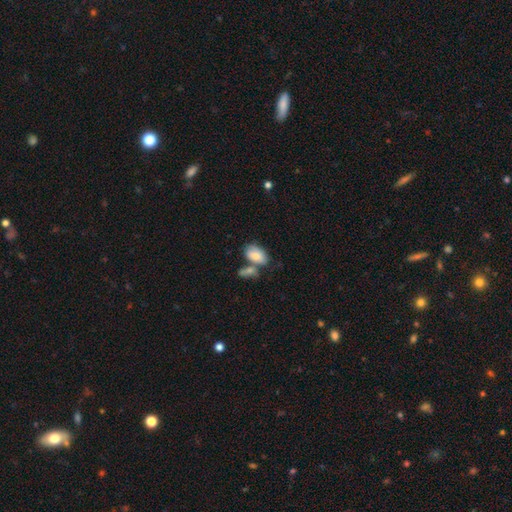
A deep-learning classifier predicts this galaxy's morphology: The model was most divided on "merging": none: 42%, merger: 35%, minor disturbance: 17%, major disturbance: 6%. More confident: how rounded — in between (92%); smooth or featured — smooth (81%).